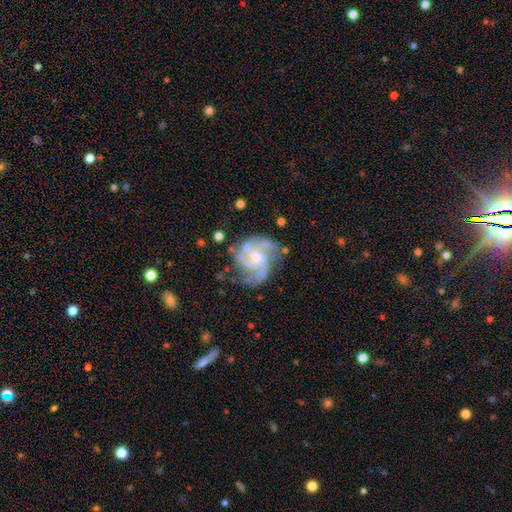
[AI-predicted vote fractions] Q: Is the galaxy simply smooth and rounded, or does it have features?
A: featured or disk — 87%.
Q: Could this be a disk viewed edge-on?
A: no — 98%.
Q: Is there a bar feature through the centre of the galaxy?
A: no — 52%.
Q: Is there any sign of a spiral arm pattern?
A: yes — 95%.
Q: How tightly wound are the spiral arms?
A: medium — 50%.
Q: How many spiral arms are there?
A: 3 — 39%.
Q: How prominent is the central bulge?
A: small — 48%.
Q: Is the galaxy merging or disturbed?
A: none — 60%.